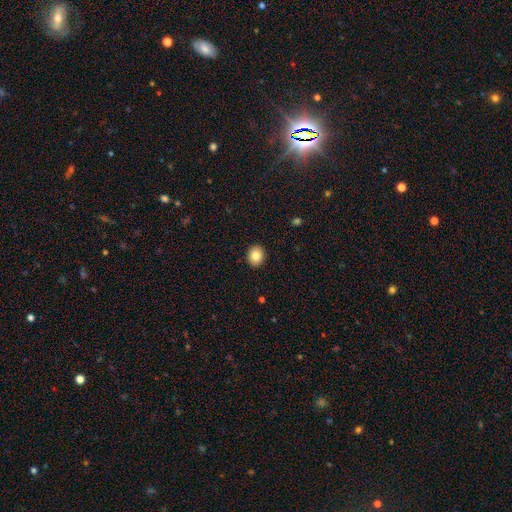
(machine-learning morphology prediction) A smooth galaxy with no disk features (83%) that is round (60%).

Vote fractions:
- Smooth or featured? smooth: 83% / star or artifact: 9% / featured or disk: 8%
- How rounded? round: 60% / in between: 39% / cigar-shaped: 1%
- Merging? none: 92% / minor disturbance: 6% / major disturbance: 2% / merger: 1%